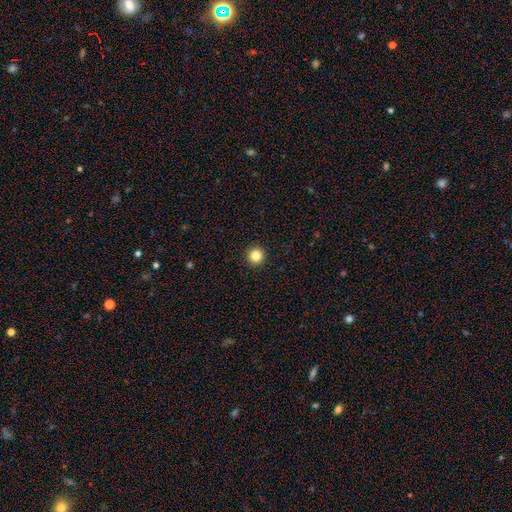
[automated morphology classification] Smooth or featured? Predicted: smooth (p=0.84). How rounded? Predicted: round (p=0.96). Merging? Predicted: none (p=0.94).